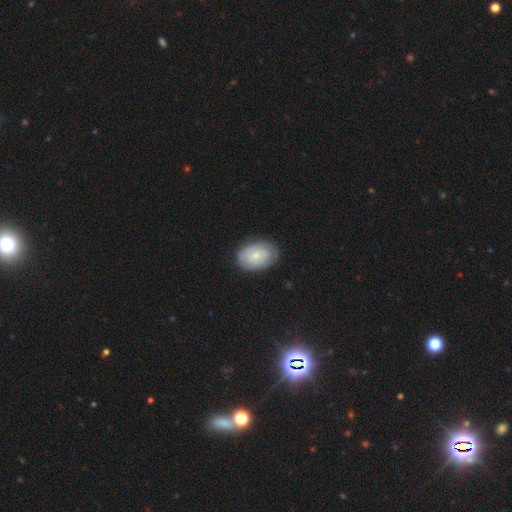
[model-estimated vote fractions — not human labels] A smooth galaxy with no disk features (56%) that is in between round and cigar-shaped (78%). Merging: none (78%).